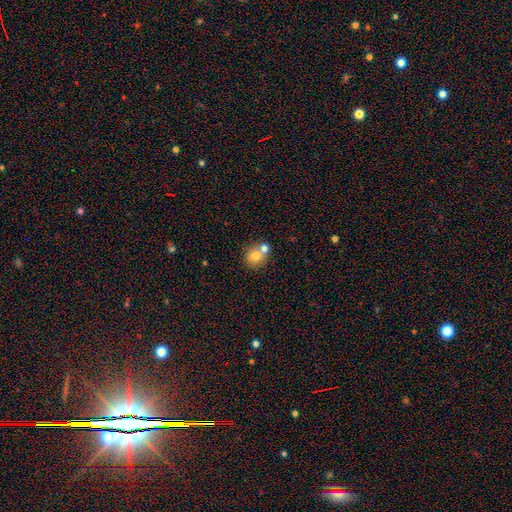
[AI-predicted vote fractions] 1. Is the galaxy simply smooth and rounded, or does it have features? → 75% smooth, 14% featured or disk, 10% star or artifact.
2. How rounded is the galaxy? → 80% round, 19% in between, 1% cigar-shaped.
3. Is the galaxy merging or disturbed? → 49% none, 41% merger, 8% minor disturbance, 3% major disturbance.